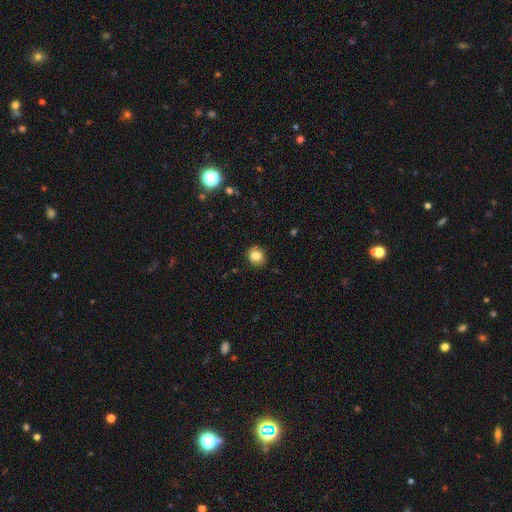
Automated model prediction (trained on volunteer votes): A smooth galaxy with no disk features (81%) that is round (77%).

Vote fractions:
- Smooth or featured? smooth: 81% / star or artifact: 11% / featured or disk: 8%
- How rounded? round: 77% / in between: 22% / cigar-shaped: 1%
- Merging? none: 88% / minor disturbance: 9% / major disturbance: 2% / merger: 1%